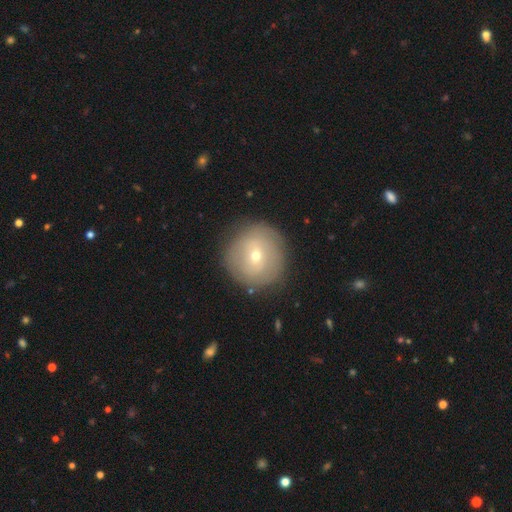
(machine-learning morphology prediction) Smooth or featured: smooth — 52% (featured or disk — 39%)
How rounded: round — 93% (in between — 6%)
Merging: none — 85% (minor disturbance — 10%)